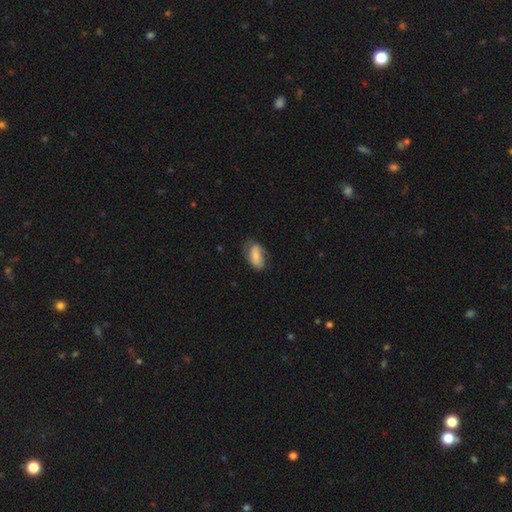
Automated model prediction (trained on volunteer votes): Smooth or featured? smooth (64%)
How rounded? in between (90%)
Merging? none (52%)